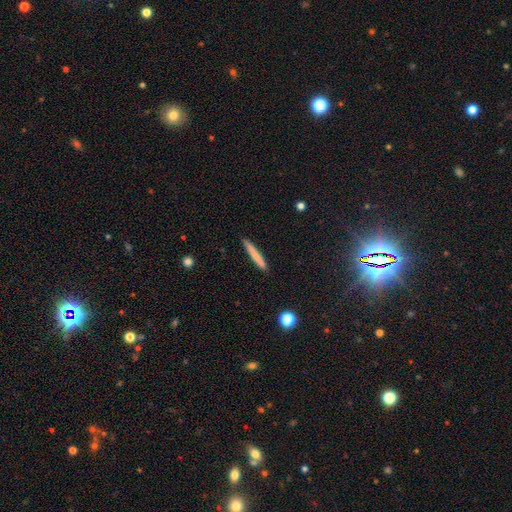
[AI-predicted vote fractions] Smooth or featured? smooth (75%)
How rounded? cigar-shaped (96%)
Merging? none (90%)